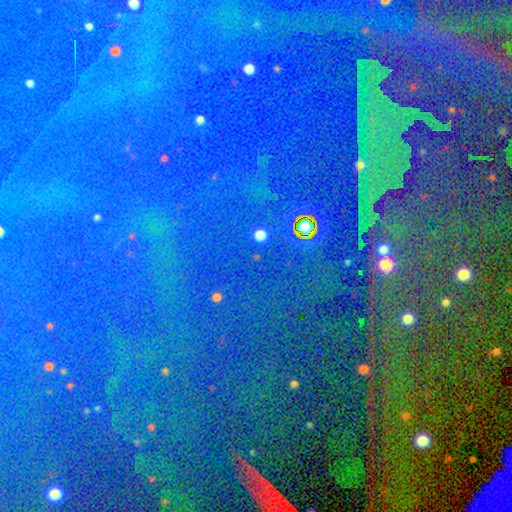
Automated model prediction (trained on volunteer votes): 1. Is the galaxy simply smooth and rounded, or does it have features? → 83% star or artifact, 9% smooth, 8% featured or disk.